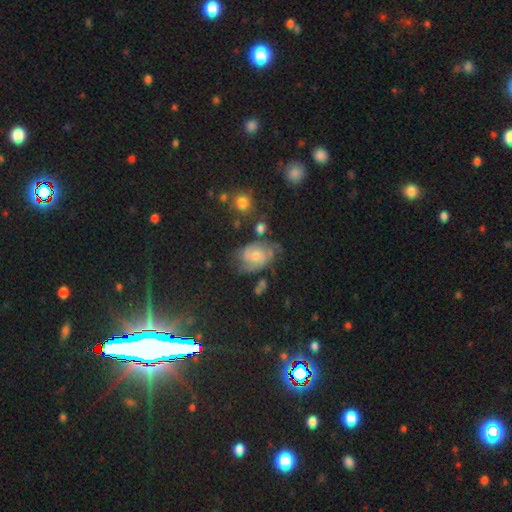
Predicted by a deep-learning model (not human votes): Overall: featured or disk (69%). Edge-on disk: no (97%). Bar: no (63%; weak 32%). Spiral arms: yes (89%). Spiral arm count: 2 (45%; can't tell 28%). Spiral winding: medium (44%; tight 40%). Bulge size: moderate (53%; small 37%). Merging: none (50%; minor disturbance 27%).